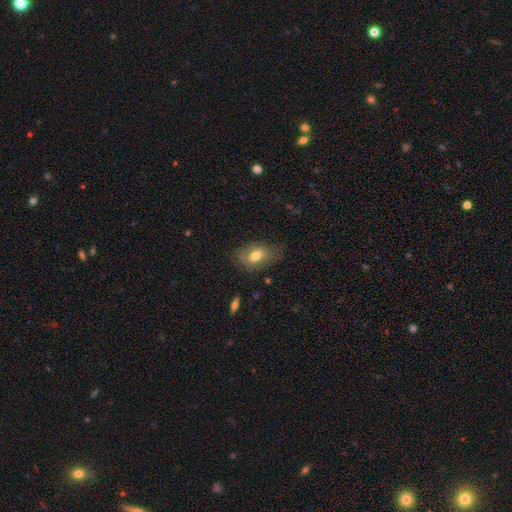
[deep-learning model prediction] A smooth galaxy with no disk features (64%) that is in between round and cigar-shaped (85%). Merging: none (66%).